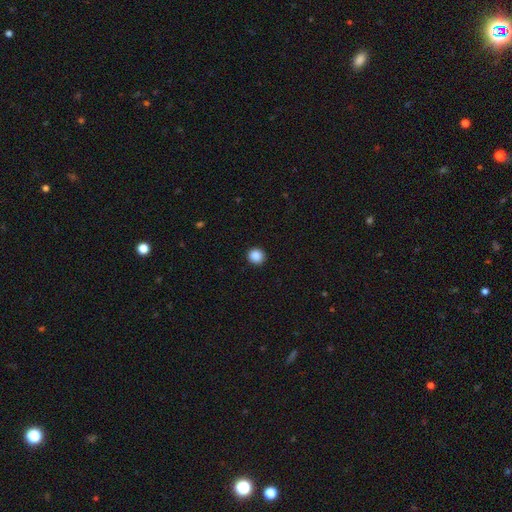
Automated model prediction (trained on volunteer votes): Smooth or featured: smooth — 88% (star or artifact — 10%)
How rounded: round — 92% (in between — 7%)
Merging: none — 93% (minor disturbance — 5%)